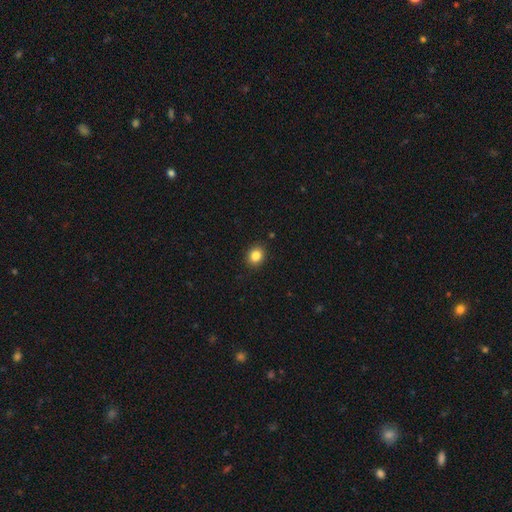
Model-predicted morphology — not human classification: A smooth galaxy with no disk features (85%) that is round (69%).

Vote fractions:
- Smooth or featured? smooth: 85% / star or artifact: 10% / featured or disk: 5%
- How rounded? round: 69% / in between: 30% / cigar-shaped: 1%
- Merging? none: 90% / minor disturbance: 7% / major disturbance: 2% / merger: 1%